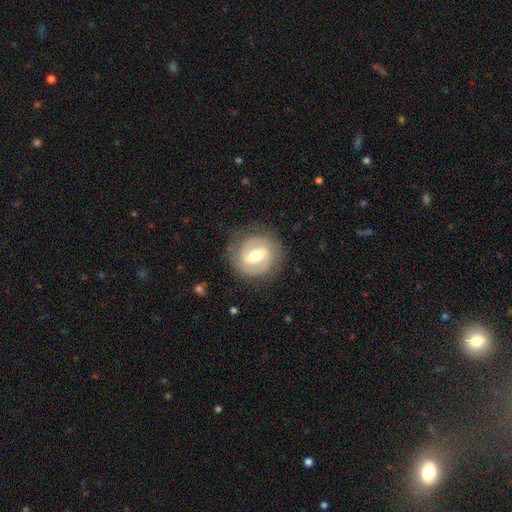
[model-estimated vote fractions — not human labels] This is likely a featured or disk galaxy (77%). It is clearly not viewed edge-on (97%). Bar: marginally weak (44%, tied with strong). Spiral arm pattern: clearly yes (85%). Spiral arm count: clearly 2 (85%). Spiral winding: marginally tight (45%). Central bulge: likely moderate (68%). Merging: clearly none (82%).